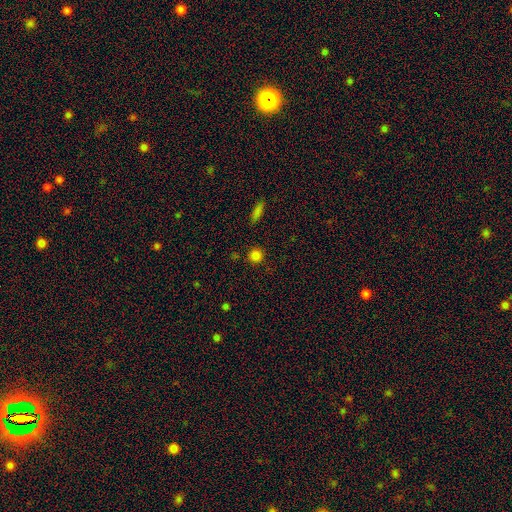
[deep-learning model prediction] Smooth or featured?
  - smooth: 83% *
  - star or artifact: 13%
  - featured or disk: 4%
How rounded?
  - round: 93% *
  - in between: 5%
  - cigar-shaped: 1%
Merging?
  - none: 88% *
  - minor disturbance: 7%
  - merger: 2%
  - major disturbance: 2%